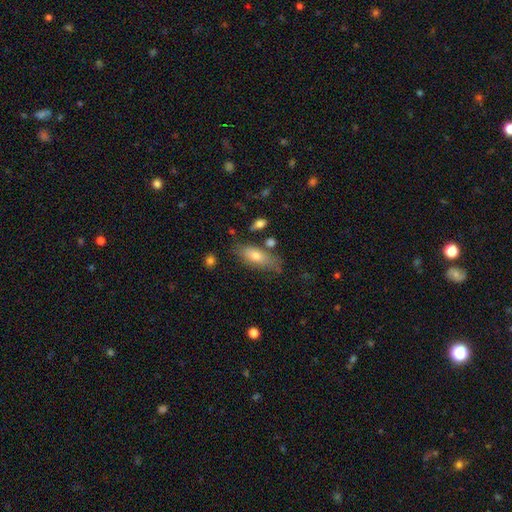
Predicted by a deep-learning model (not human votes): Smooth or featured? Predicted: smooth (p=0.69). How rounded? Predicted: in between (p=0.72). Merging? Predicted: none (p=0.67).